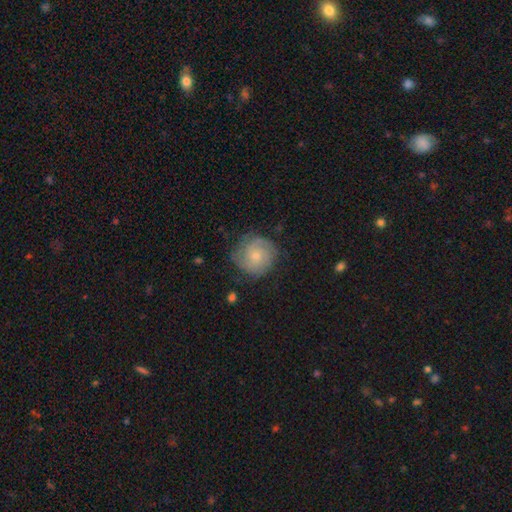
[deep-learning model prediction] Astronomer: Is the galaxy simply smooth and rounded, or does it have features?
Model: featured or disk — 48% (runner-up: smooth, 44%).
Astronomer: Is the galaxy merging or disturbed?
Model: none — 73%.